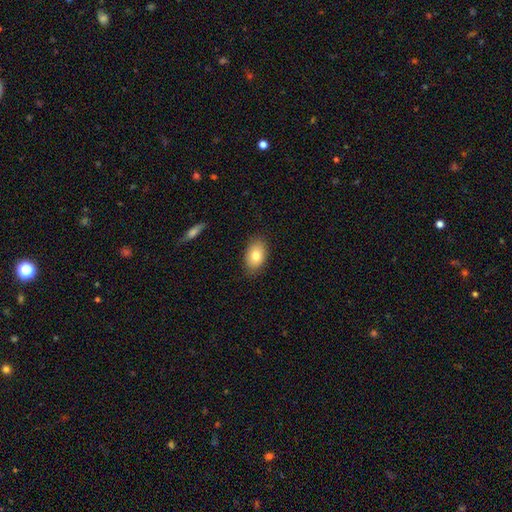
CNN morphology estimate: Overall: smooth (80%). How rounded: in between (88%). Merging: none (86%).